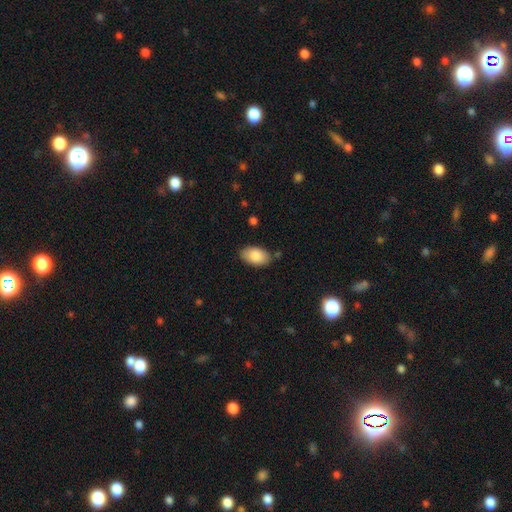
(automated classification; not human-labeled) Q: Smooth or featured?
A: smooth (86%); runner-up: featured or disk (7%)
Q: How rounded?
A: in between (94%); runner-up: round (5%)
Q: Merging?
A: none (81%); runner-up: minor disturbance (14%)